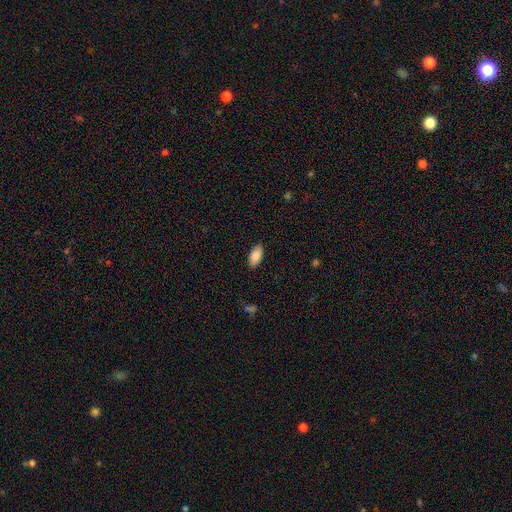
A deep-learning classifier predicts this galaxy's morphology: smooth_or_featured: smooth (p=0.88) [alt: star or artifact p=0.06]
how_rounded: in between (p=0.93) [alt: cigar-shaped p=0.05]
merging: none (p=0.87) [alt: minor disturbance p=0.10]